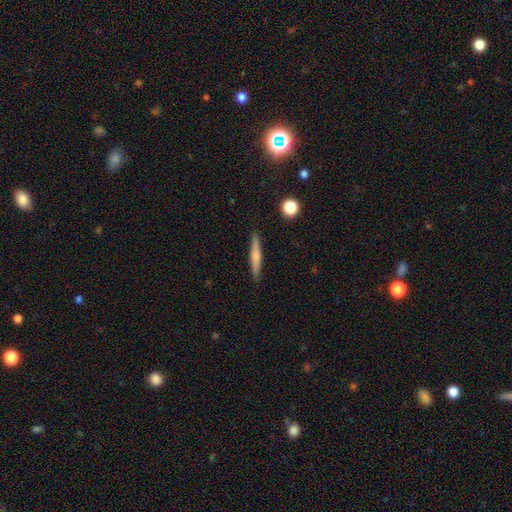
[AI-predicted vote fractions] Smooth or featured? Predicted: smooth (p=0.58). How rounded? Predicted: cigar-shaped (p=0.93). Merging? Predicted: none (p=0.90).